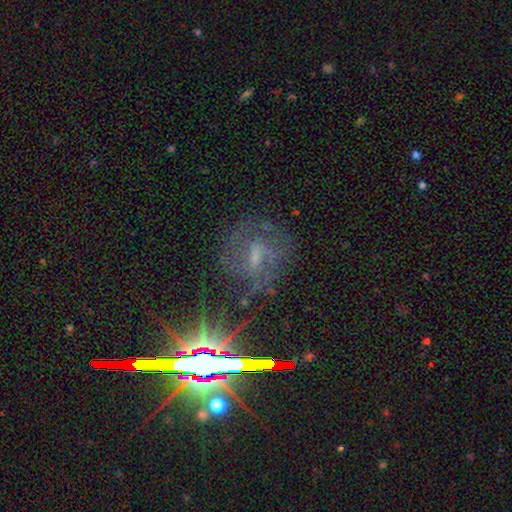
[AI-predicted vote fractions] This is possibly a featured or disk galaxy (54%). It is clearly not viewed edge-on (91%). Merging: likely none (67%).